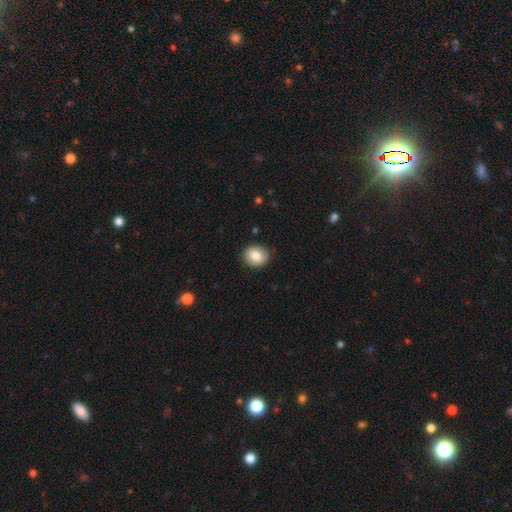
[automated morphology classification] A smooth galaxy with no disk features (82%) that is round (67%). Merging: none (88%).